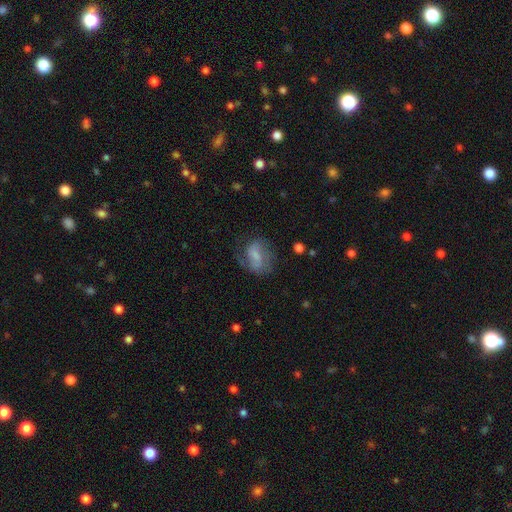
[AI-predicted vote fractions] Q: Smooth or featured?
A: featured or disk (47%); runner-up: smooth (44%)
Q: Merging?
A: none (51%); runner-up: minor disturbance (25%)